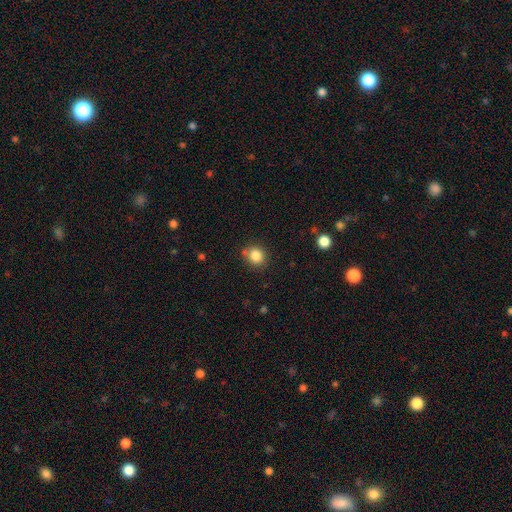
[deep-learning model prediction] Smooth or featured?
  - smooth: 84% *
  - star or artifact: 11%
  - featured or disk: 5%
How rounded?
  - round: 82% *
  - in between: 17%
  - cigar-shaped: 1%
Merging?
  - none: 77% *
  - minor disturbance: 12%
  - merger: 7%
  - major disturbance: 4%